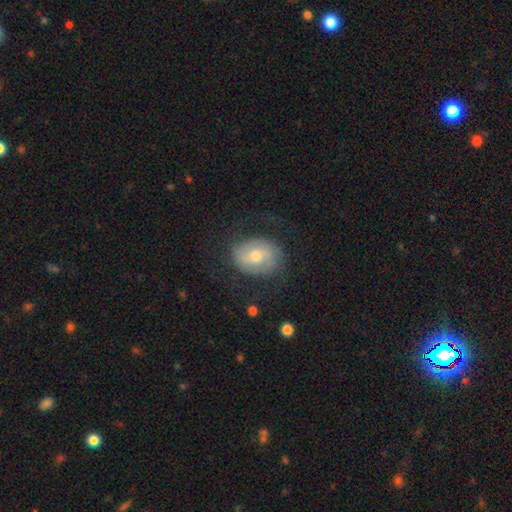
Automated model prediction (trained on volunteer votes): Smooth or featured? Predicted: featured or disk (p=0.54). Edge-on disk? Predicted: no (p=0.96). Bar? Predicted: weak (p=0.46). Spiral arms? Predicted: yes (p=0.71). Bulge size? Predicted: moderate (p=0.68). Merging? Predicted: none (p=0.69).